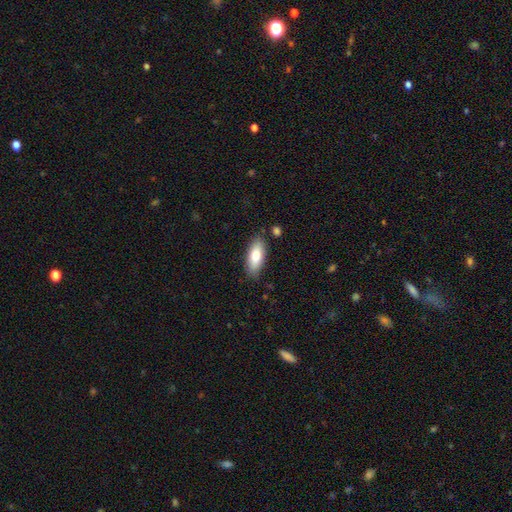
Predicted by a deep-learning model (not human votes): Smooth or featured? Predicted: smooth (p=0.76). How rounded? Predicted: in between (p=0.81). Merging? Predicted: none (p=0.84).